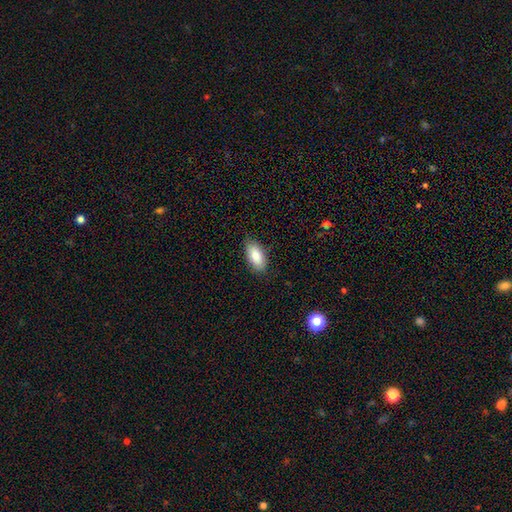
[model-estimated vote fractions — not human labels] smooth 84%, featured or disk 10%, star or artifact 7%. Down the decision tree: how rounded — in between (91%); merging — none (84%).